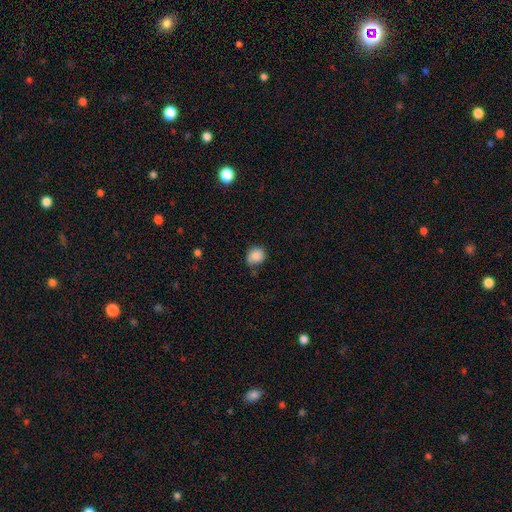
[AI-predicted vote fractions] Smooth or featured? smooth (85%)
How rounded? round (70%)
Merging? none (64%)